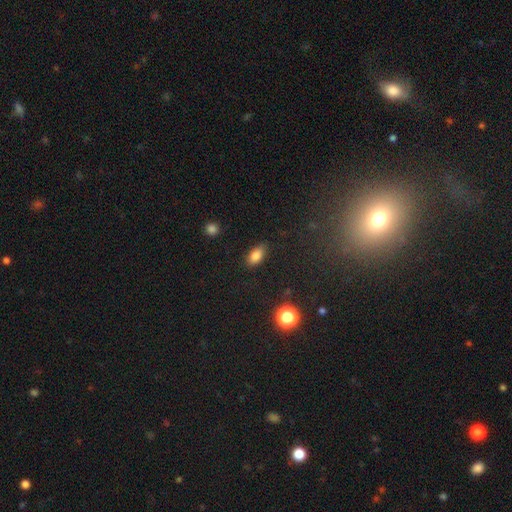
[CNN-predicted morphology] smooth 83%, star or artifact 10%, featured or disk 7%. Down the decision tree: how rounded — in between (89%); merging — none (84%).